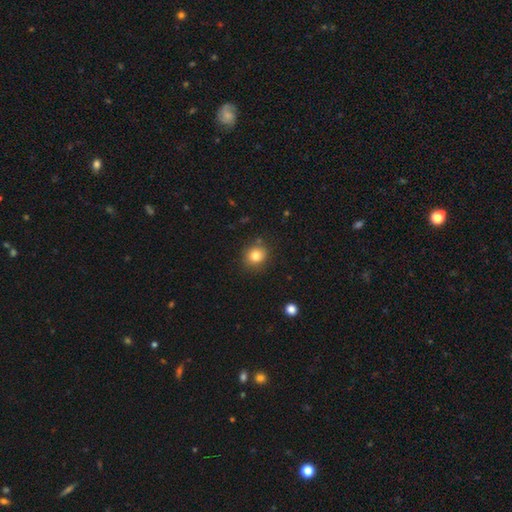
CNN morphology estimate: A smooth galaxy with no disk features (81%) that is round (77%).

Vote fractions:
- Smooth or featured? smooth: 81% / star or artifact: 12% / featured or disk: 7%
- How rounded? round: 77% / in between: 22% / cigar-shaped: 1%
- Merging? none: 84% / minor disturbance: 11% / major disturbance: 3% / merger: 3%